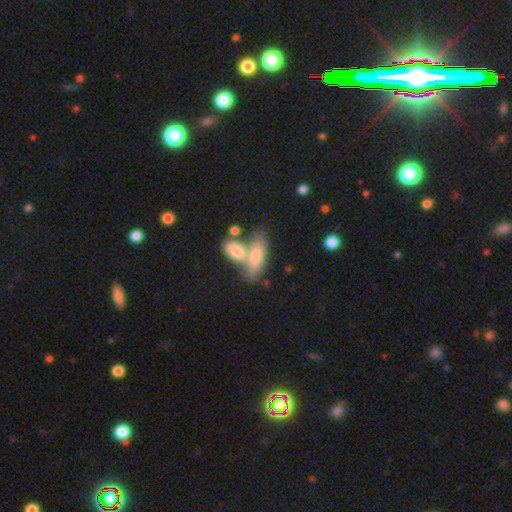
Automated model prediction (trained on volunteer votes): Smooth or featured? Predicted: smooth (p=0.75). How rounded? Predicted: in between (p=0.68). Merging? Predicted: merger (p=0.54).